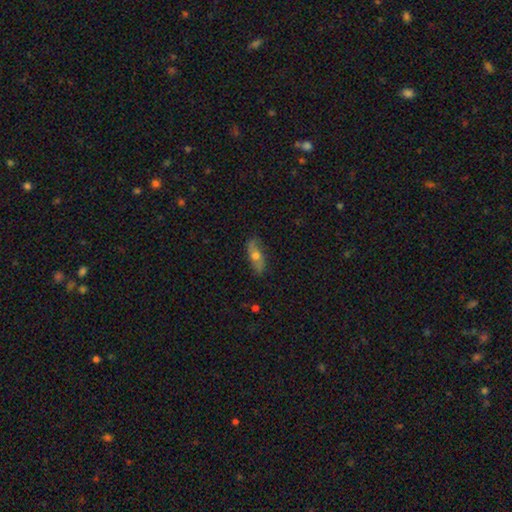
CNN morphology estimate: smooth 50%, featured or disk 43%, star or artifact 7%. Down the decision tree: how rounded — in between (66%); merging — none (77%).